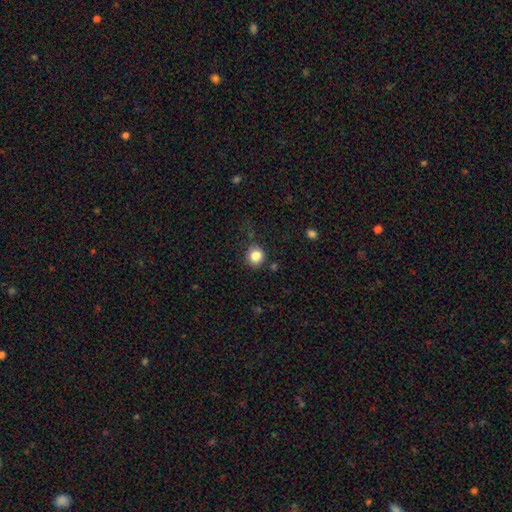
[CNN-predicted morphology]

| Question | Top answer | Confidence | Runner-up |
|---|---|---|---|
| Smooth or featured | smooth | 85% | star or artifact (10%) |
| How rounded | round | 90% | in between (10%) |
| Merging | none | 81% | minor disturbance (12%) |